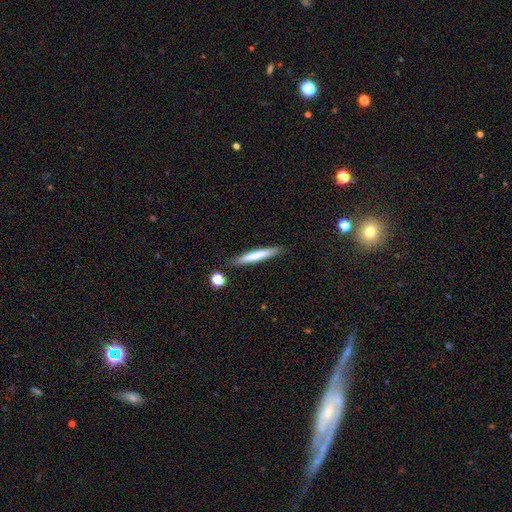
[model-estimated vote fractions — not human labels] The model was most divided on "smooth or featured": smooth: 68%, featured or disk: 26%, star or artifact: 6%. More confident: how rounded — cigar-shaped (94%); merging — none (86%).